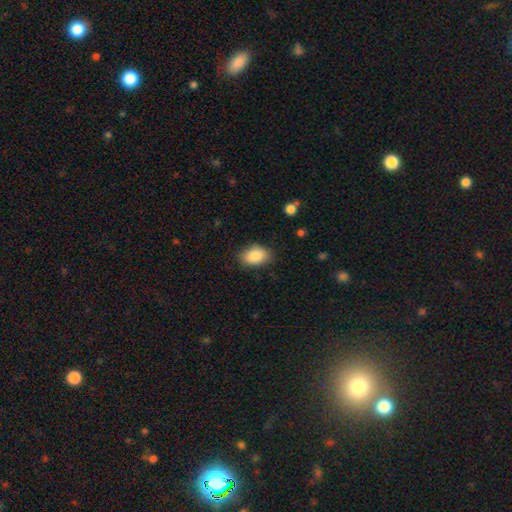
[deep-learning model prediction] Q: Smooth or featured?
A: smooth (85%); runner-up: star or artifact (7%)
Q: How rounded?
A: in between (86%); runner-up: round (13%)
Q: Merging?
A: none (83%); runner-up: minor disturbance (13%)